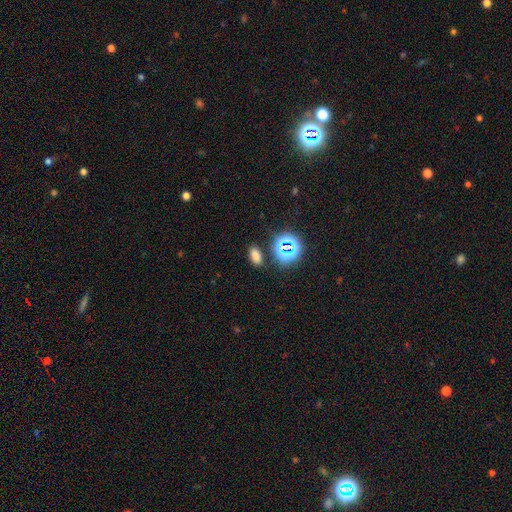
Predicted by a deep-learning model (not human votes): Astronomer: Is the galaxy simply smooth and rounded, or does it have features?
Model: smooth — 70%.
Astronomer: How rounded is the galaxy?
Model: in between — 85%.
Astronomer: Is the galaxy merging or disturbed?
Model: none — 83%.